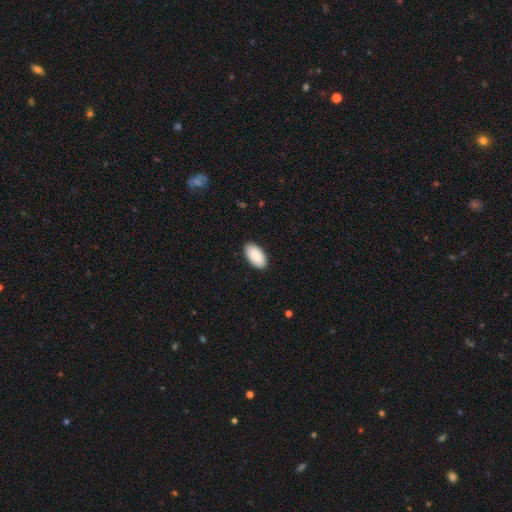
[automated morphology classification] smooth 91%, star or artifact 6%, featured or disk 3%. Down the decision tree: how rounded — in between (96%); merging — none (89%).